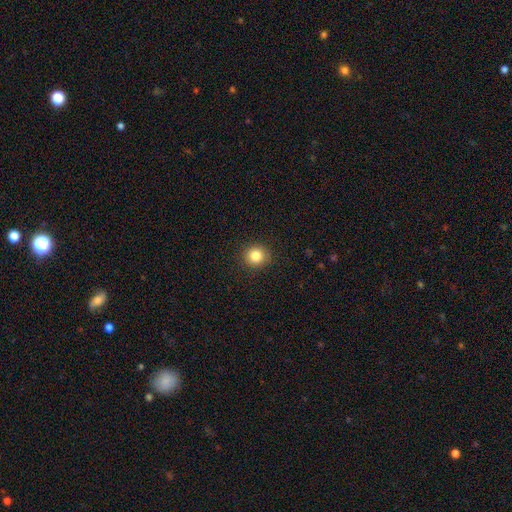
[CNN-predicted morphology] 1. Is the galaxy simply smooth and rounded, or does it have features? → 83% smooth, 11% star or artifact, 6% featured or disk.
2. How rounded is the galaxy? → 90% round, 9% in between, 1% cigar-shaped.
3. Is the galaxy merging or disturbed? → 91% none, 6% minor disturbance, 2% major disturbance, 1% merger.